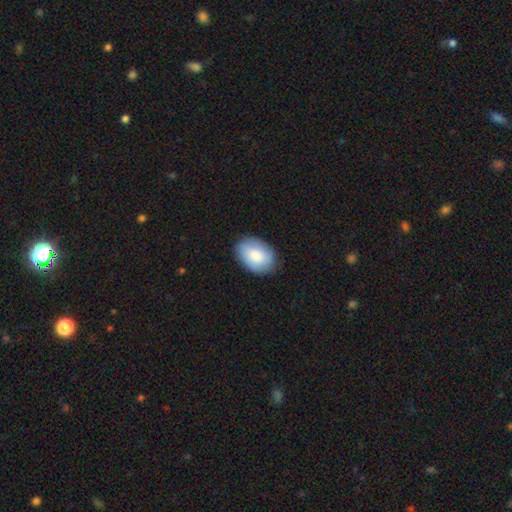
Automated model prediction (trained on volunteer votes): Q: Smooth or featured?
A: smooth (85%); runner-up: featured or disk (9%)
Q: How rounded?
A: in between (84%); runner-up: round (15%)
Q: Merging?
A: none (84%); runner-up: minor disturbance (12%)